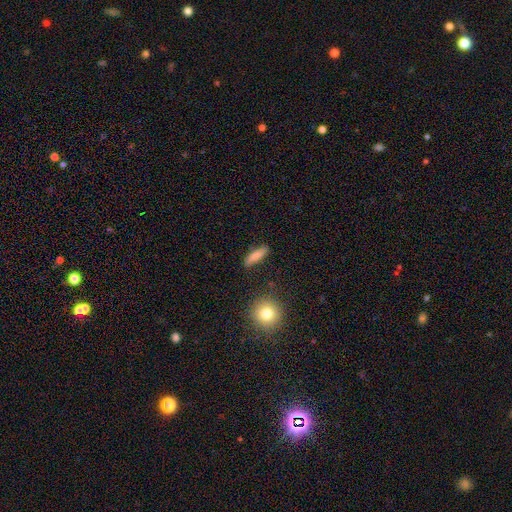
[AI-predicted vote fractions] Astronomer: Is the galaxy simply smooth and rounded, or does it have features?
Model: smooth — 80%.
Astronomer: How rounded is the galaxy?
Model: cigar-shaped — 69%.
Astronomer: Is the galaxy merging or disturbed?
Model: none — 85%.